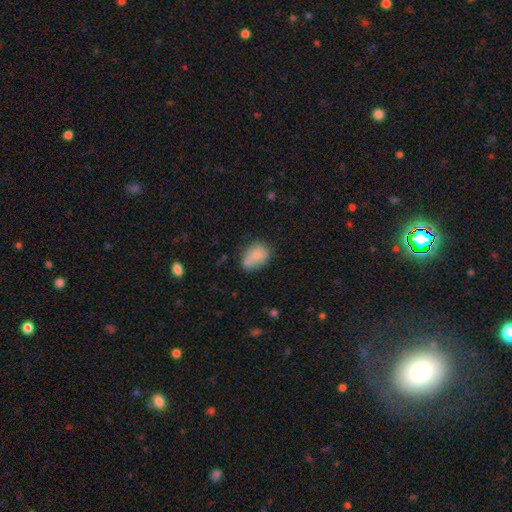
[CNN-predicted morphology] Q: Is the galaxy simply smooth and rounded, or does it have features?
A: smooth — 77%.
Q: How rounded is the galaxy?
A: in between — 70%.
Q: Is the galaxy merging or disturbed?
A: none — 41%.